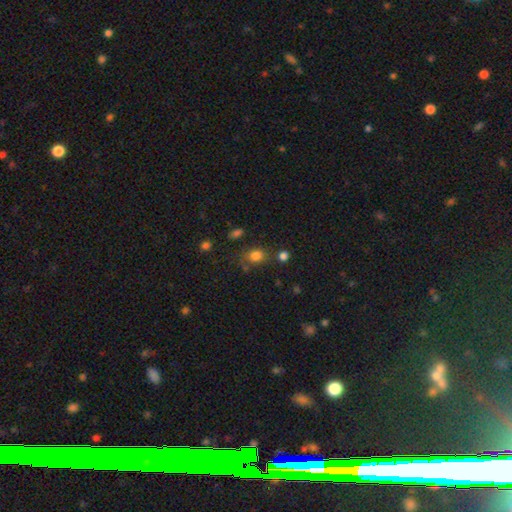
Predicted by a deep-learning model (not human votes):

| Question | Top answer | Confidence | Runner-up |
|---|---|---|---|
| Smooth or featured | smooth | 80% | star or artifact (14%) |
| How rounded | in between | 53% | round (46%) |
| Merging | none | 67% | minor disturbance (17%) |